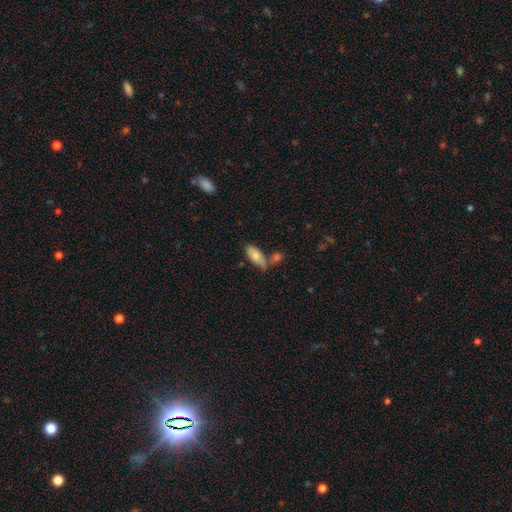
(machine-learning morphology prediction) Smooth or featured? smooth (79%)
How rounded? in between (83%)
Merging? none (52%)